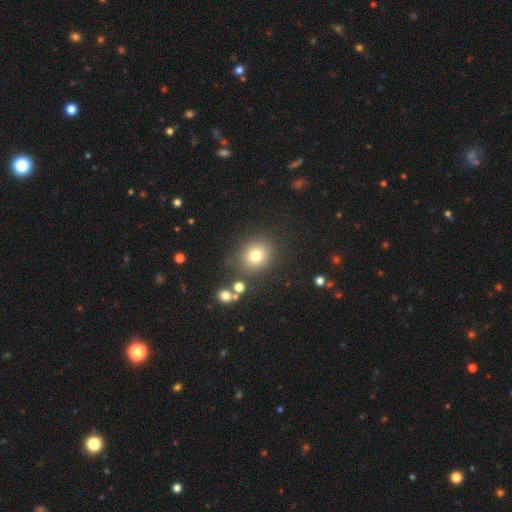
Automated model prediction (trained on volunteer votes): The model was most divided on "how rounded": round: 78%, in between: 21%, cigar-shaped: 1%. More confident: merging — none (82%); smooth or featured — smooth (77%).